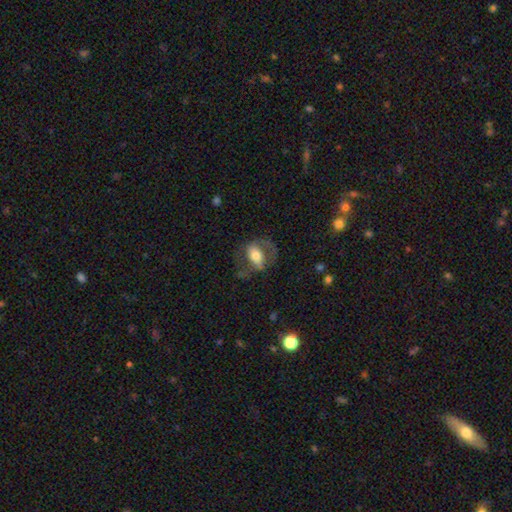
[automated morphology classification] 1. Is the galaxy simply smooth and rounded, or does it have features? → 51% featured or disk, 42% smooth, 7% star or artifact.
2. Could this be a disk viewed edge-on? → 89% no, 11% yes.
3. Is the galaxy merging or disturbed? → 53% none, 24% major disturbance, 20% minor disturbance, 2% merger.